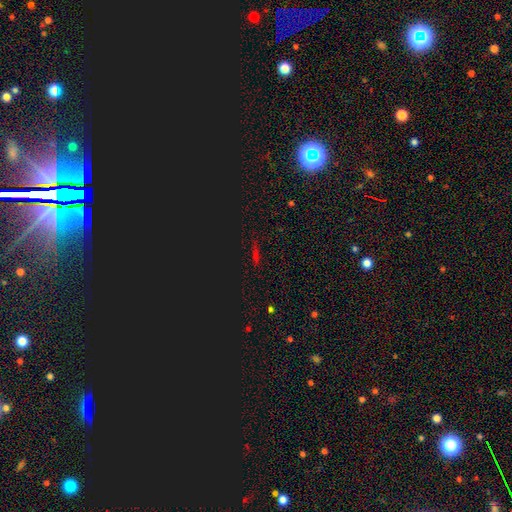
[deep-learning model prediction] smooth_or_featured: star or artifact (p=0.61) [alt: smooth p=0.26]